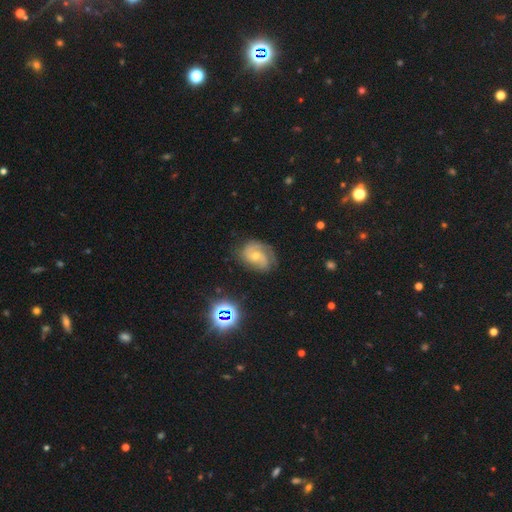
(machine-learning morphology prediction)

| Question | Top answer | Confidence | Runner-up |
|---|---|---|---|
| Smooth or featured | featured or disk | 77% | smooth (14%) |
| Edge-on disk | no | 97% | yes (3%) |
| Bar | no | 64% | weak (31%) |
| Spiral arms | yes | 95% | no (5%) |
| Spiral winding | medium | 44% | tight (40%) |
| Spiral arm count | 2 | 57% | can't tell (15%) |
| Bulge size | small | 51% | moderate (45%) |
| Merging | none | 68% | minor disturbance (22%) |